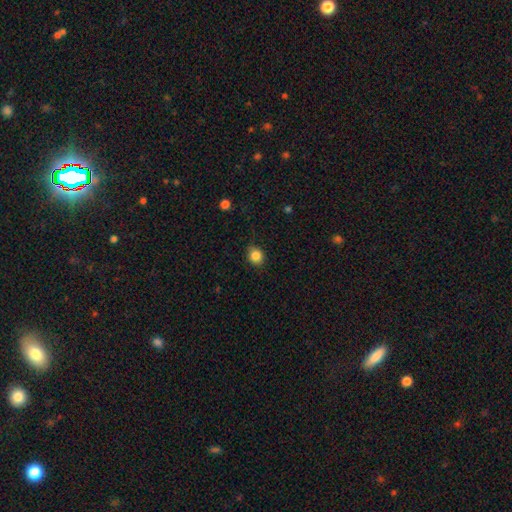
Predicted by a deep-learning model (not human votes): Q: Smooth or featured?
A: smooth (85%); runner-up: star or artifact (11%)
Q: How rounded?
A: round (75%); runner-up: in between (25%)
Q: Merging?
A: none (85%); runner-up: minor disturbance (11%)